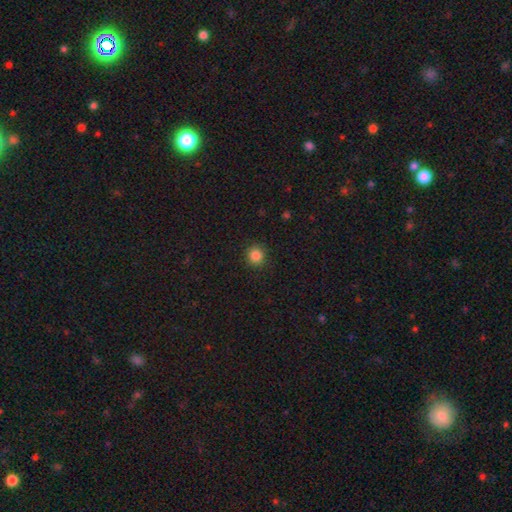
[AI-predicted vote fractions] This is clearly a smooth galaxy (85%). How rounded: clearly round (91%). Merging: clearly none (91%).